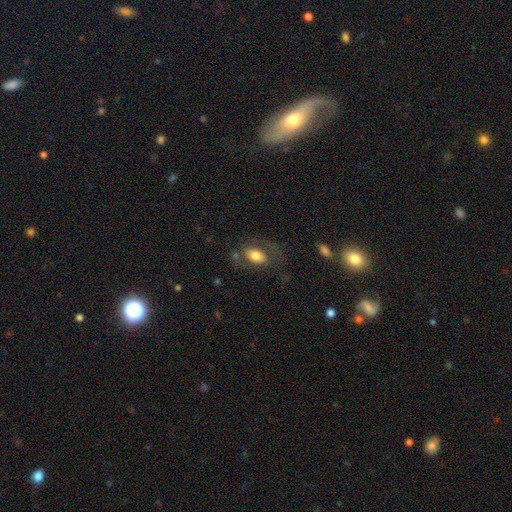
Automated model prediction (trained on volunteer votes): Smooth or featured? Predicted: smooth (p=0.69). How rounded? Predicted: in between (p=0.83). Merging? Predicted: none (p=0.57).